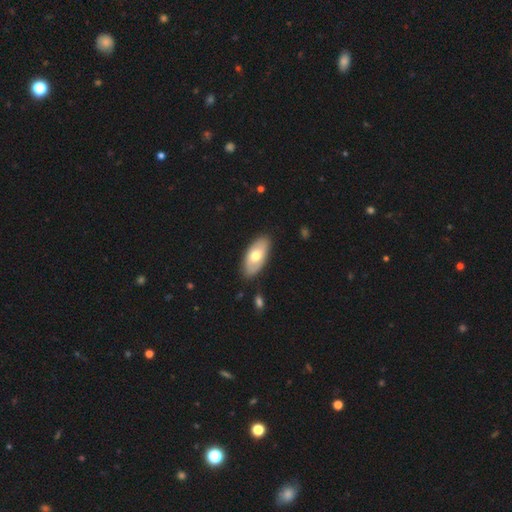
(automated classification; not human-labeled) smooth 59%, featured or disk 36%, star or artifact 5%. Down the decision tree: how rounded — in between (92%); merging — none (85%).